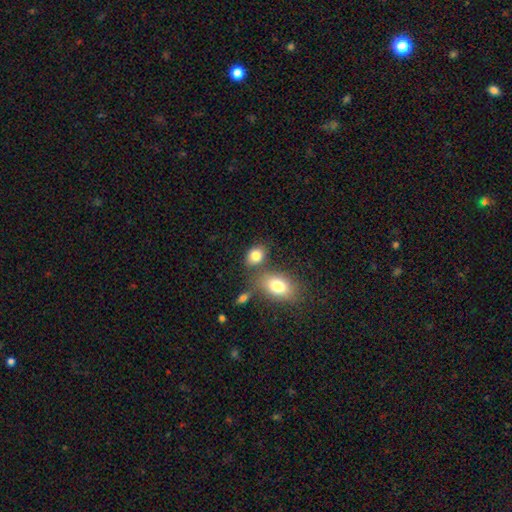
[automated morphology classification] Smooth or featured? smooth (82%)
How rounded? in between (69%)
Merging? none (60%)